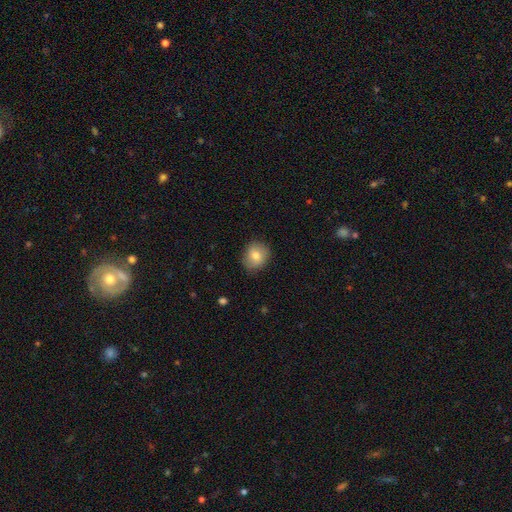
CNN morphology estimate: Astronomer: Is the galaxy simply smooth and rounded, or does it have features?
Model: smooth — 78%.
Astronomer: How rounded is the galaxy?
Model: round — 73%.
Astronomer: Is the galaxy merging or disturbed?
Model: none — 84%.